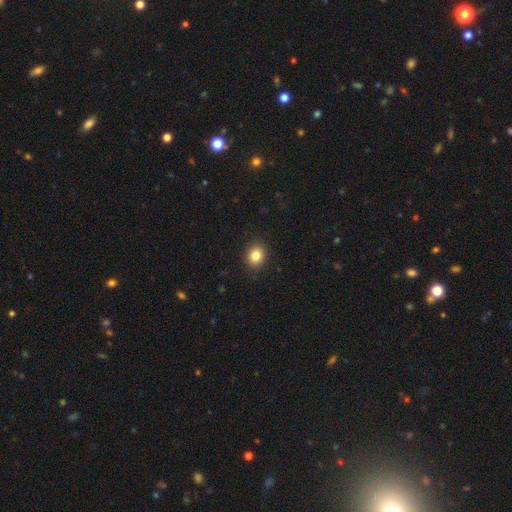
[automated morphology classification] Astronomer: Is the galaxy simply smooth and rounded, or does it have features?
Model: smooth — 84%.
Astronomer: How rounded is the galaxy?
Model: round — 70%.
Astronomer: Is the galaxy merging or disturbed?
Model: none — 90%.